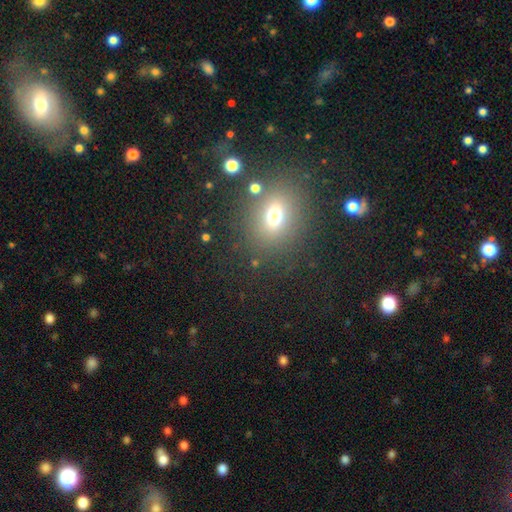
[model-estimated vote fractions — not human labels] Smooth or featured: smooth — 58% (star or artifact — 30%)
How rounded: round — 55% (in between — 43%)
Merging: none — 85% (minor disturbance — 8%)